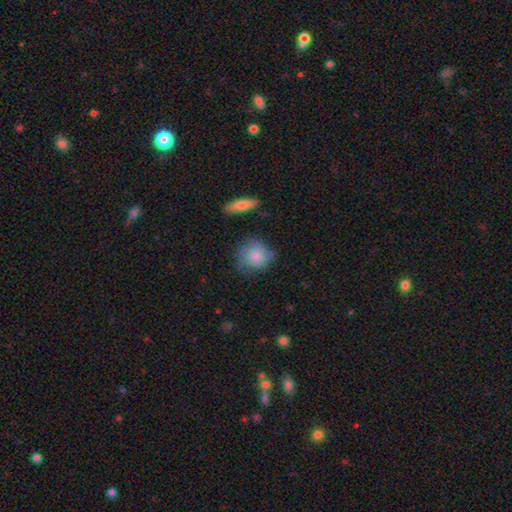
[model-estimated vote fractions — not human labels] Q: Smooth or featured?
A: smooth (69%); runner-up: featured or disk (24%)
Q: How rounded?
A: round (80%); runner-up: in between (18%)
Q: Merging?
A: none (61%); runner-up: minor disturbance (26%)